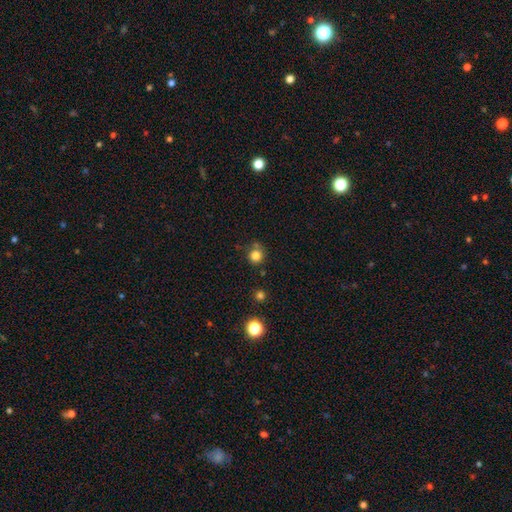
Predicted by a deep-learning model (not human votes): This is clearly a smooth galaxy (81%). How rounded: clearly round (91%). Merging: likely none (71%).